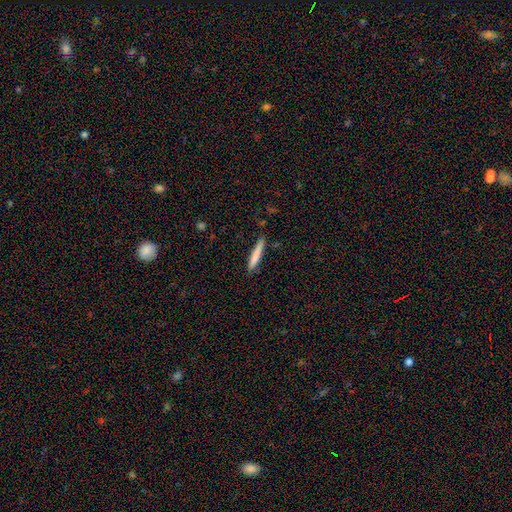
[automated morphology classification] smooth 77%, featured or disk 17%, star or artifact 6%. Down the decision tree: how rounded — cigar-shaped (93%); merging — none (82%).